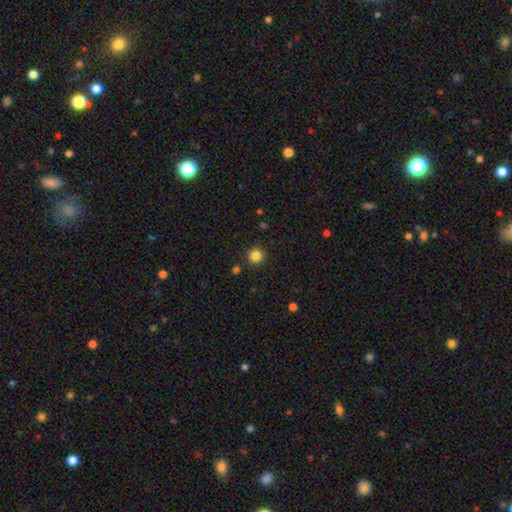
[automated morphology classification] type=smooth (85%); roundness=round (94%); merging=none (90%).